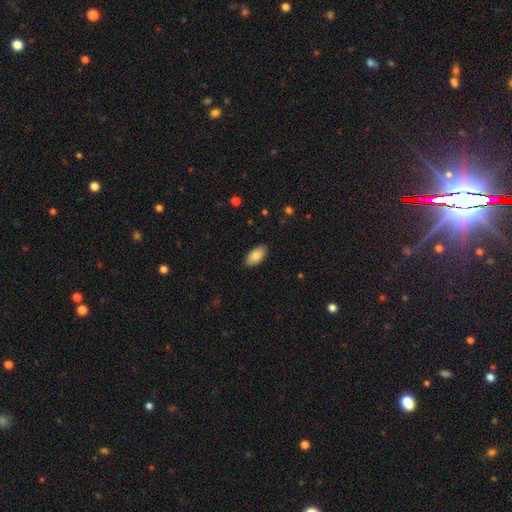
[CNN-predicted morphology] Overall: smooth (85%). How rounded: in between (94%). Merging: none (88%).